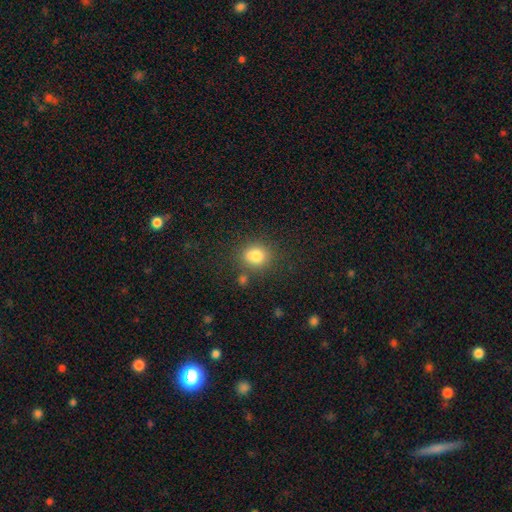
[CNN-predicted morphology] This is clearly a smooth galaxy (81%). How rounded: likely round (71%). Merging: likely none (70%).